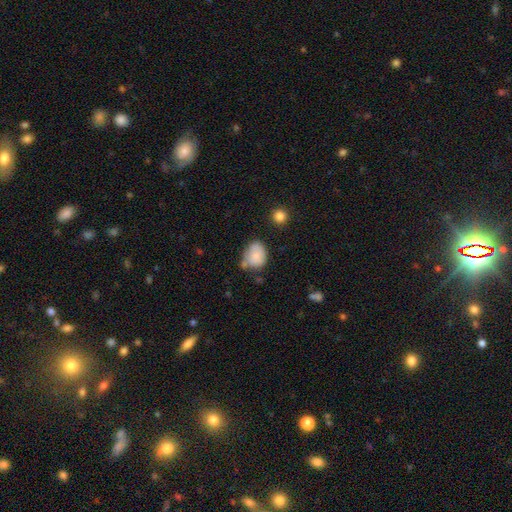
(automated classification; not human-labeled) The model was most divided on "merging": none: 46%, minor disturbance: 32%, merger: 13%, major disturbance: 9%. More confident: smooth or featured — smooth (81%); how rounded — in between (57%).